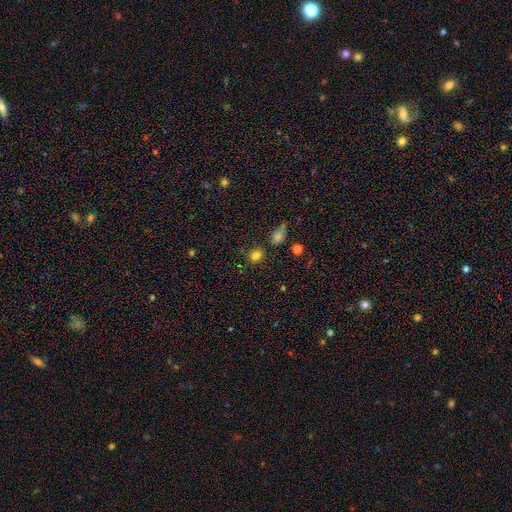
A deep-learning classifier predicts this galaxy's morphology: This is likely a smooth galaxy (77%). How rounded: likely round (63%). Merging: likely none (74%).